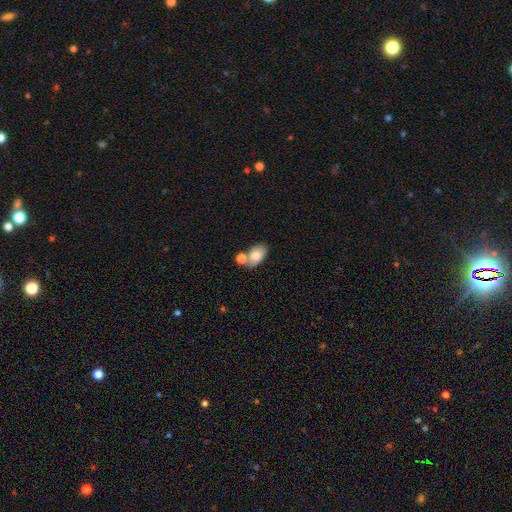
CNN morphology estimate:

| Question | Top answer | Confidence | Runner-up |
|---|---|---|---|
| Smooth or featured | smooth | 80% | featured or disk (13%) |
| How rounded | in between | 89% | round (9%) |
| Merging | none | 51% | merger (31%) |